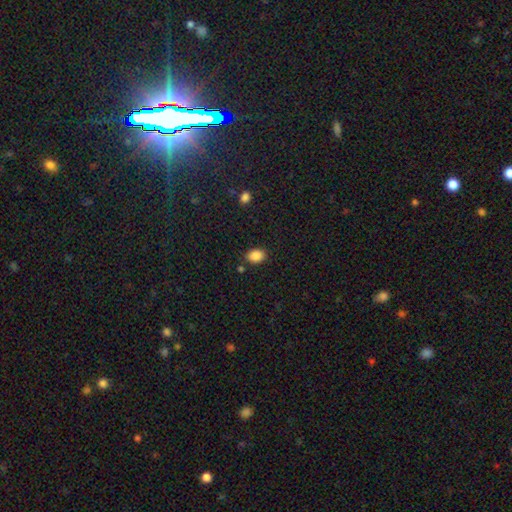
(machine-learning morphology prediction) Overall: smooth (87%). How rounded: in between (72%). Merging: none (82%).